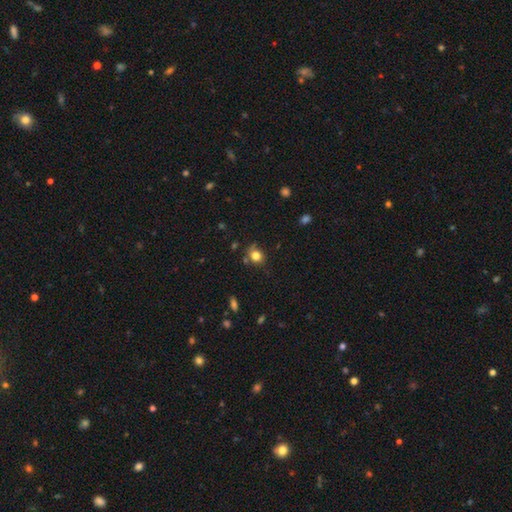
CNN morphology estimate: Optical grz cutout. It shows a smooth galaxy with no disk features (79%) that is round (73%). Merging: none (66%).